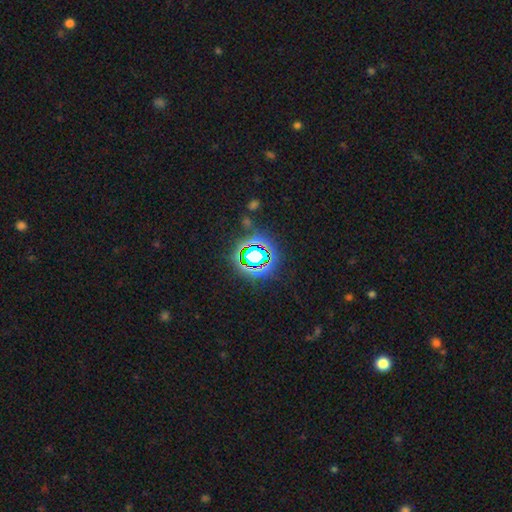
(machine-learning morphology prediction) The model was most divided on "smooth or featured": star or artifact: 67%, smooth: 21%, featured or disk: 12%.